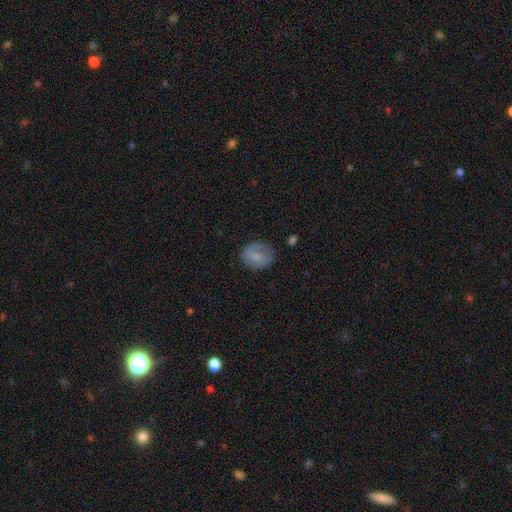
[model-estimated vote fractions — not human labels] Smooth or featured? smooth (71%)
How rounded? round (60%)
Merging? none (70%)